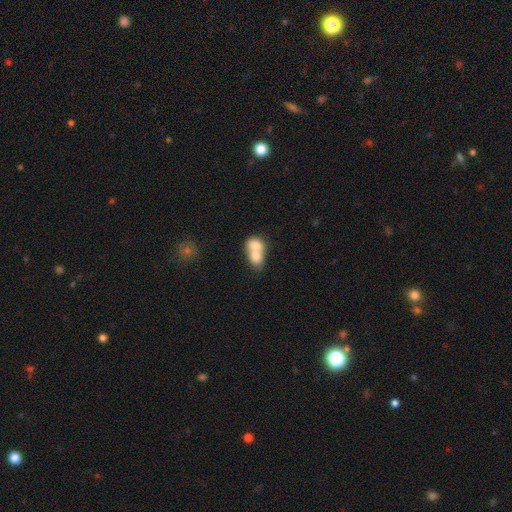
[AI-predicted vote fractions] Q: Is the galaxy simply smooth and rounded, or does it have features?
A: smooth — 72%.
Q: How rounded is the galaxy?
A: in between — 62%.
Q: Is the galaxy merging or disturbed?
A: merger — 79%.